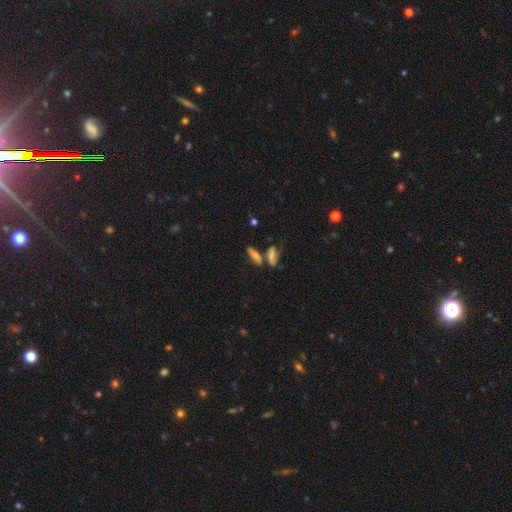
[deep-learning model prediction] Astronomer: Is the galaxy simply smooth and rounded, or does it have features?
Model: smooth — 62%.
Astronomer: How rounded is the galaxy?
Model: cigar-shaped — 50% (runner-up: in between, 45%).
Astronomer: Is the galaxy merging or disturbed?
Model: none — 53% (runner-up: merger, 29%).